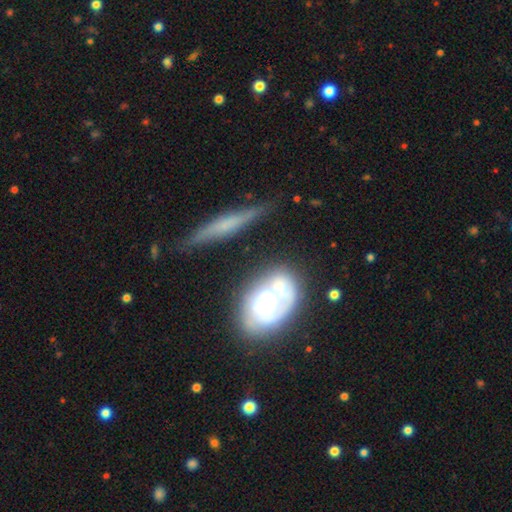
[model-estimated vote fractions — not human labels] Overall: featured or disk (51%; smooth 35%). Edge-on disk: yes (54%; no 46%). Merging: none (61%).